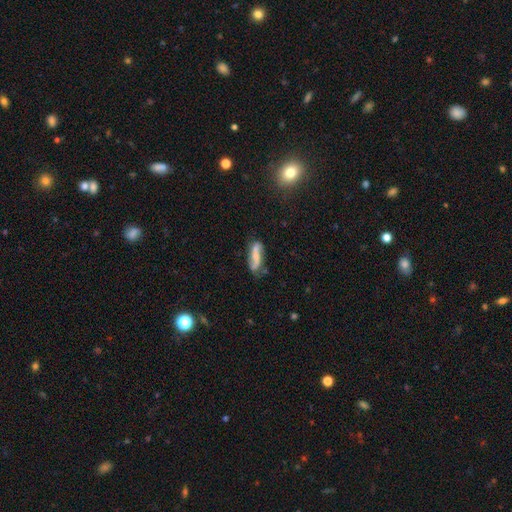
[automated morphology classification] featured or disk 54%, smooth 38%, star or artifact 8%. Down the decision tree: edge-on disk — no (86%); merging — none (59%).